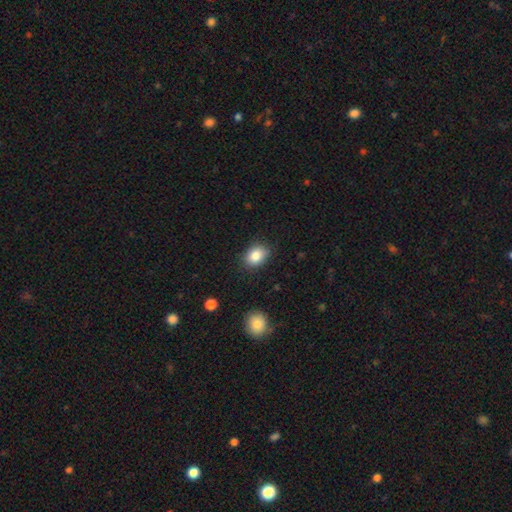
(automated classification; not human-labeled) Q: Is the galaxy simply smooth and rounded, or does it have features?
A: smooth — 85%.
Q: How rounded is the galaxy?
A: in between — 71%.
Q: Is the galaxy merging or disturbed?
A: none — 85%.